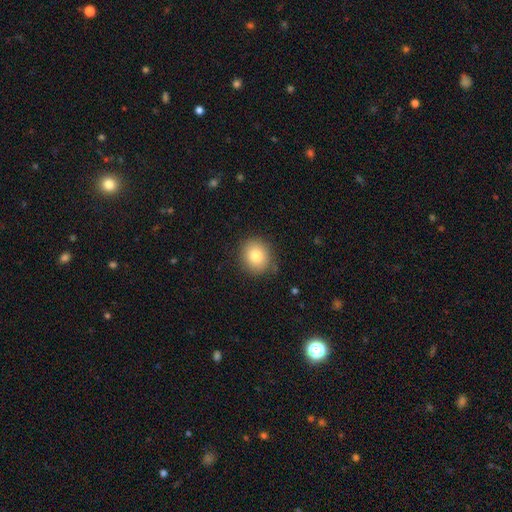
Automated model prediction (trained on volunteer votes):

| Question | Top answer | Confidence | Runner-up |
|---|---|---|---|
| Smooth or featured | smooth | 81% | star or artifact (10%) |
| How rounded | round | 82% | in between (17%) |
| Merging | none | 85% | minor disturbance (11%) |